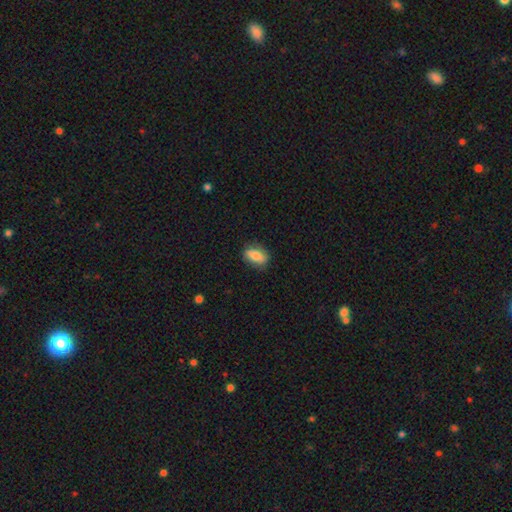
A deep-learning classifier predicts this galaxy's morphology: smooth-or-featured: smooth: 76% | featured or disk: 17% | star or artifact: 7%
  how-rounded: in between: 83% | cigar-shaped: 9% | round: 8%
  merging: none: 81% | minor disturbance: 14% | major disturbance: 3% | merger: 1%